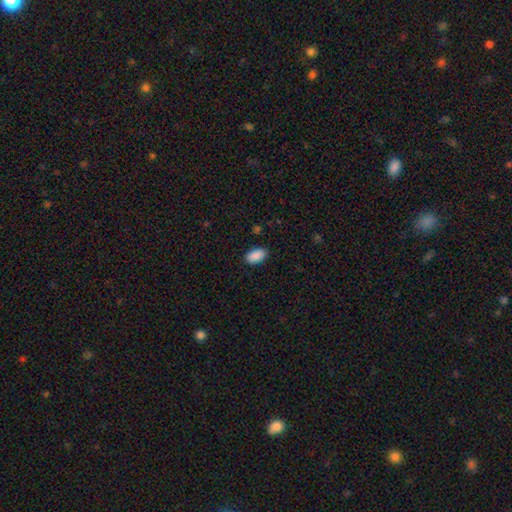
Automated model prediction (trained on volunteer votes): Overall: smooth (90%). How rounded: in between (94%). Merging: none (87%).